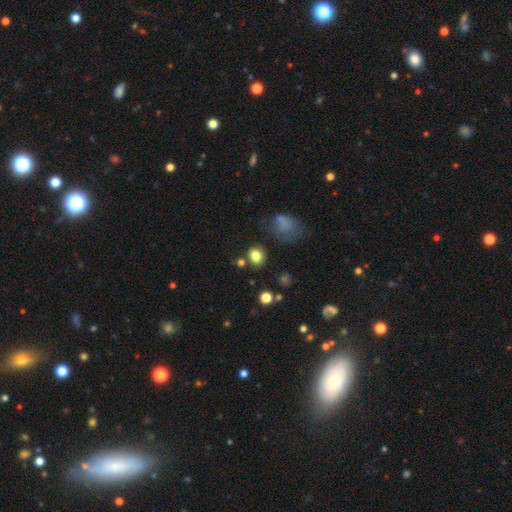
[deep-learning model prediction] Morphology: type=smooth (80%); roundness=round (62%); merging=none (75%).